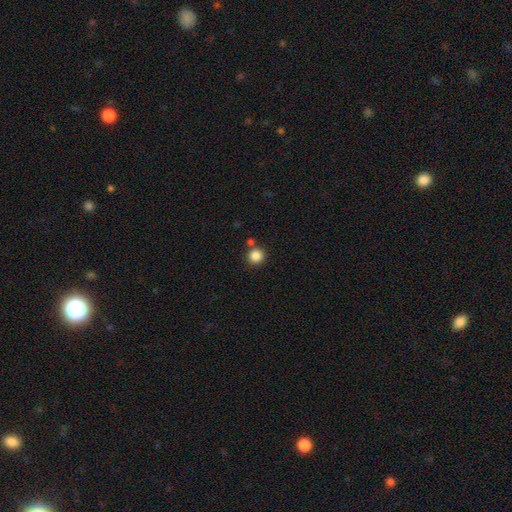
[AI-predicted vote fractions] Morphology: type=smooth (86%); roundness=round (95%); merging=none (82%).